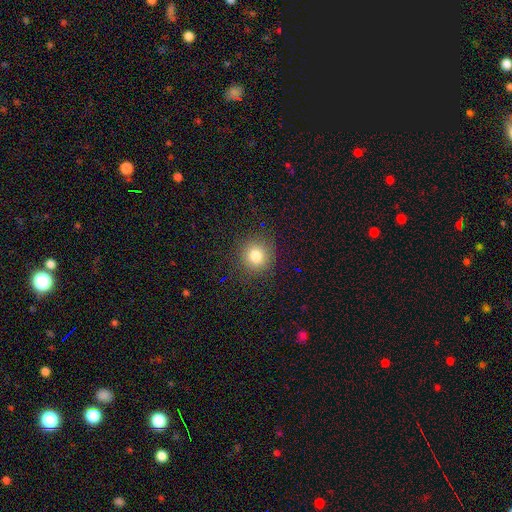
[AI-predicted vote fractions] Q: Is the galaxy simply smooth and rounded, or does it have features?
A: smooth — 81%.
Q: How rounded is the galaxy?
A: round — 92%.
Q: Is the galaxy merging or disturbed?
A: none — 88%.